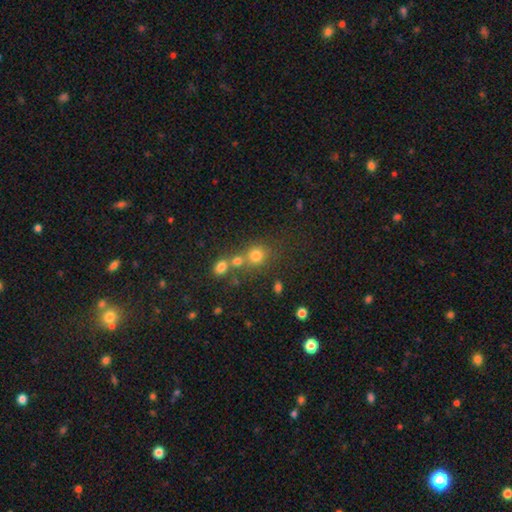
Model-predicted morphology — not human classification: A smooth galaxy with no disk features (74%) that is round (82%).

Vote fractions:
- Smooth or featured? smooth: 74% / star or artifact: 16% / featured or disk: 10%
- How rounded? round: 82% / in between: 17% / cigar-shaped: 1%
- Merging? none: 51% / merger: 34% / minor disturbance: 9% / major disturbance: 5%